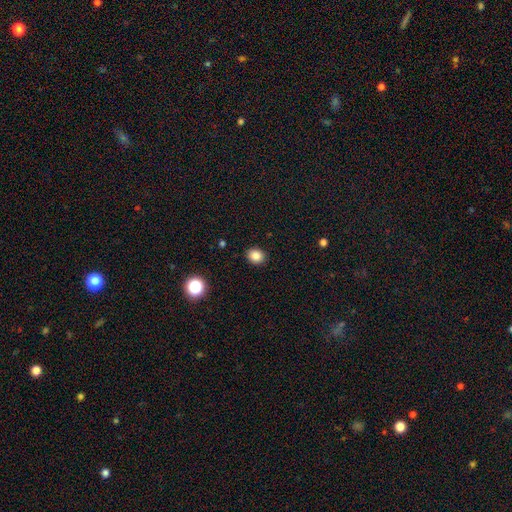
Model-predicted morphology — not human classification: Overall: smooth (85%). How rounded: round (68%; in between 32%). Merging: none (91%).